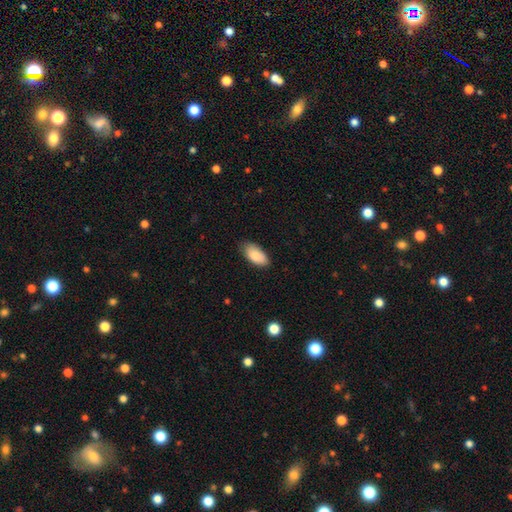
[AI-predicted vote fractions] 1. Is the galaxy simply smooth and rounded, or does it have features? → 86% smooth, 8% featured or disk, 7% star or artifact.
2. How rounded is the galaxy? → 94% in between, 4% cigar-shaped, 2% round.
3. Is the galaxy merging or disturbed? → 78% none, 18% minor disturbance, 3% major disturbance, 1% merger.